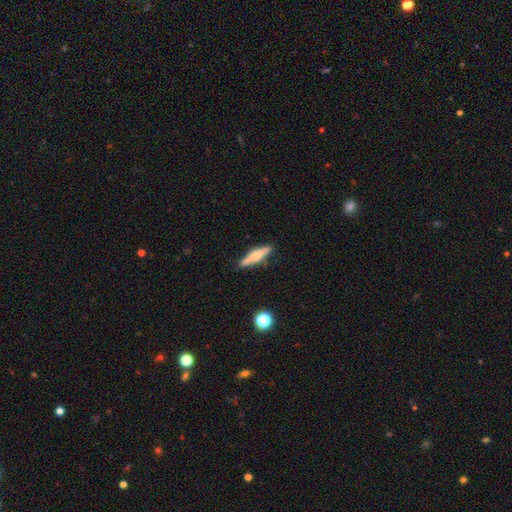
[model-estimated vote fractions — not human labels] Morphology: type=featured or disk (47%); merging=none (86%).